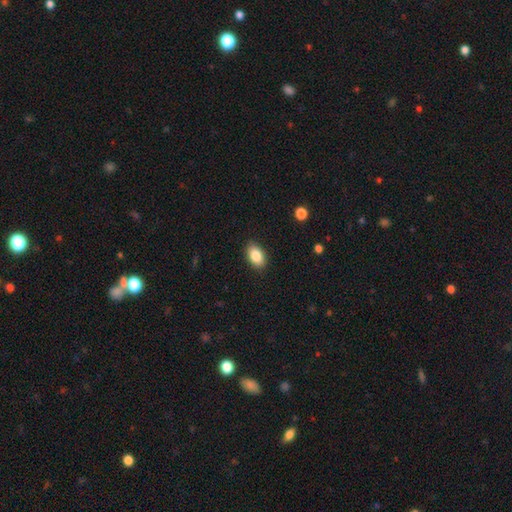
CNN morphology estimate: type=smooth (86%); roundness=in between (91%); merging=none (88%).